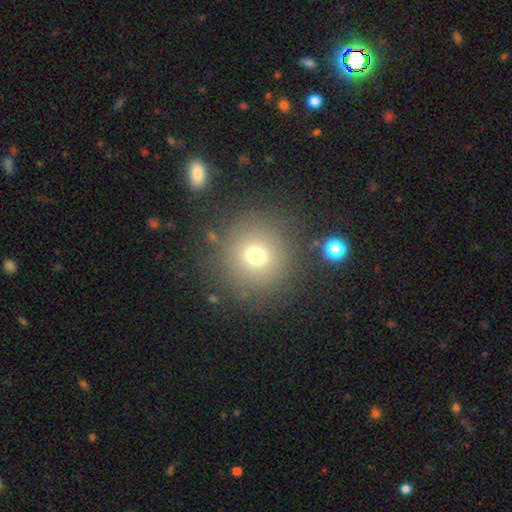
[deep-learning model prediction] Smooth or featured? Predicted: smooth (p=0.70). How rounded? Predicted: round (p=0.94). Merging? Predicted: none (p=0.84).